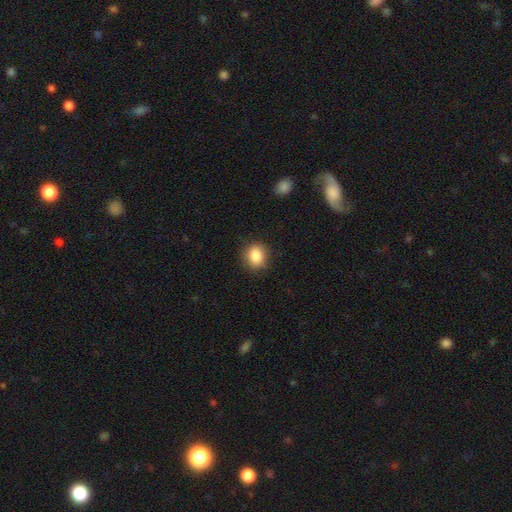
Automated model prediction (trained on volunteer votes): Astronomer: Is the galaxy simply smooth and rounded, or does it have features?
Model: smooth — 86%.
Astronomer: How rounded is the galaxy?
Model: round — 72%.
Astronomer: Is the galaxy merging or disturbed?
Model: none — 84%.